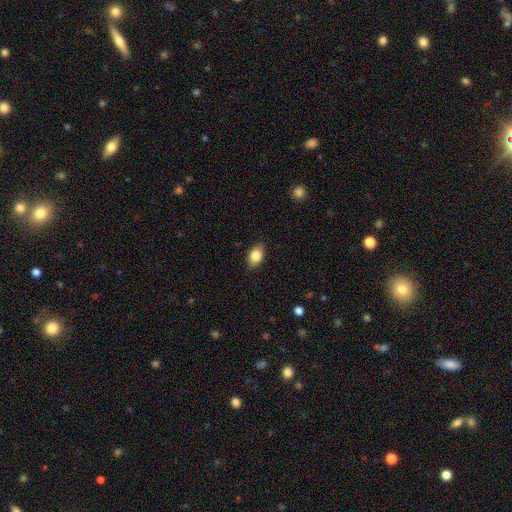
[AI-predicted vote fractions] Smooth or featured: smooth — 83% (featured or disk — 9%)
How rounded: in between — 86% (round — 12%)
Merging: none — 86% (minor disturbance — 11%)